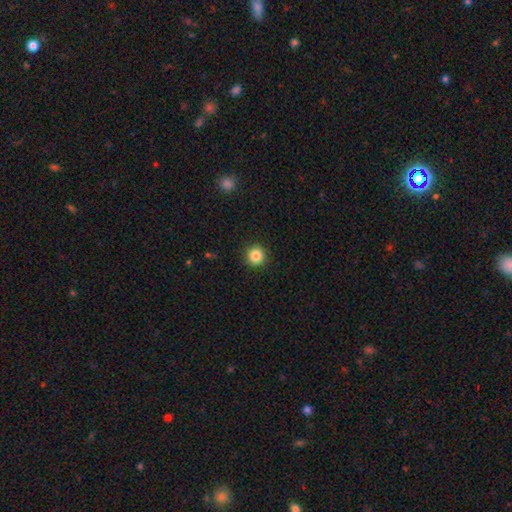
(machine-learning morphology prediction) smooth-or-featured: smooth: 85% | star or artifact: 10% | featured or disk: 5%
  how-rounded: round: 95% | in between: 4% | cigar-shaped: 1%
  merging: none: 92% | minor disturbance: 5% | major disturbance: 2% | merger: 1%